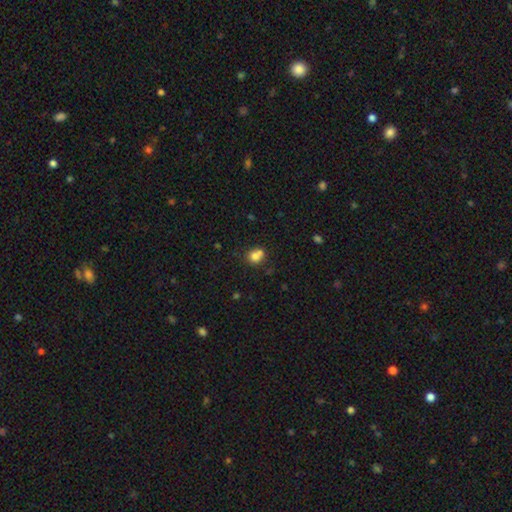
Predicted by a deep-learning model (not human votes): Smooth or featured: smooth — 75% (featured or disk — 13%)
How rounded: round — 74% (in between — 26%)
Merging: merger — 44% (none — 41%)